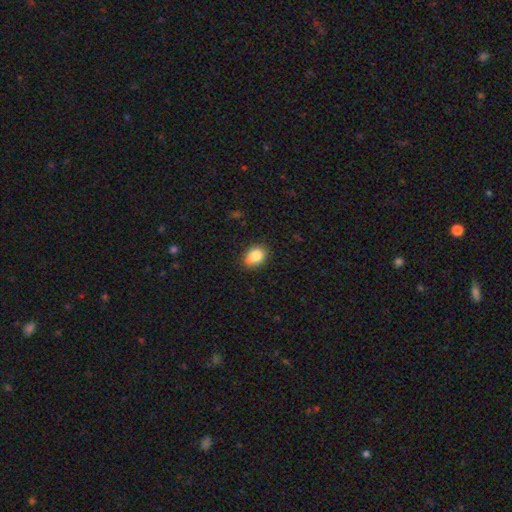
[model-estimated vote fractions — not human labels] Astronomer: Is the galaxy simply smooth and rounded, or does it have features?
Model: smooth — 84%.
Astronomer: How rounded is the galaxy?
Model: in between — 64%.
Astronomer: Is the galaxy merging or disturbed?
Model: none — 80%.